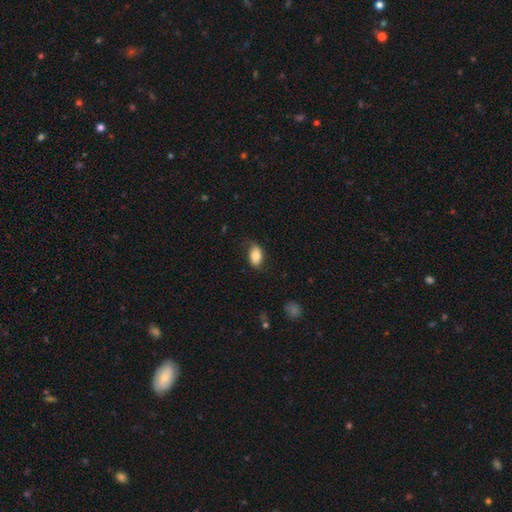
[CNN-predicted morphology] This appears to be a smooth galaxy with no disk features (81%) that is in between round and cigar-shaped (90%). Merging: none (76%).